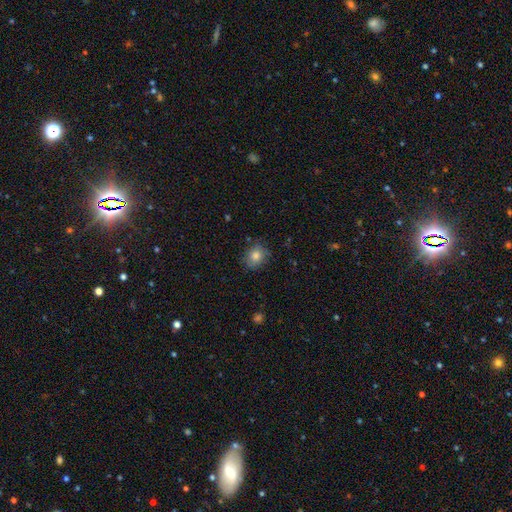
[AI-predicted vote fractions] Smooth or featured: smooth — 80% (star or artifact — 10%)
How rounded: round — 63% (in between — 36%)
Merging: none — 79% (minor disturbance — 16%)